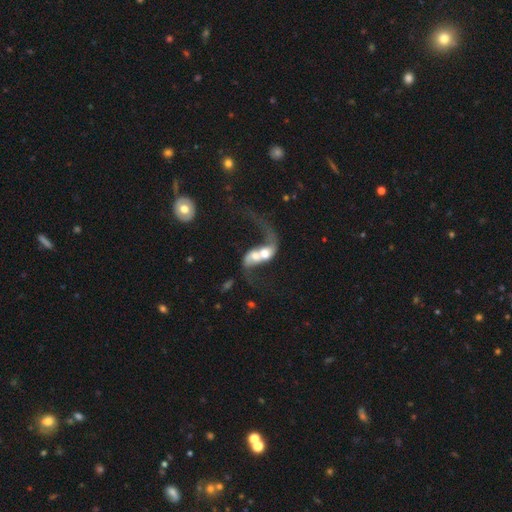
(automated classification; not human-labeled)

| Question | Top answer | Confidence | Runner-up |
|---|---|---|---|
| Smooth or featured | featured or disk | 71% | smooth (22%) |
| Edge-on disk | no | 94% | yes (6%) |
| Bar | no | 59% | weak (27%) |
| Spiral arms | yes | 80% | no (20%) |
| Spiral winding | loose | 90% | medium (8%) |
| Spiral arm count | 2 | 82% | 1 (12%) |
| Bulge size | moderate | 44% | large (29%) |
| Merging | merger | 75% | major disturbance (11%) |